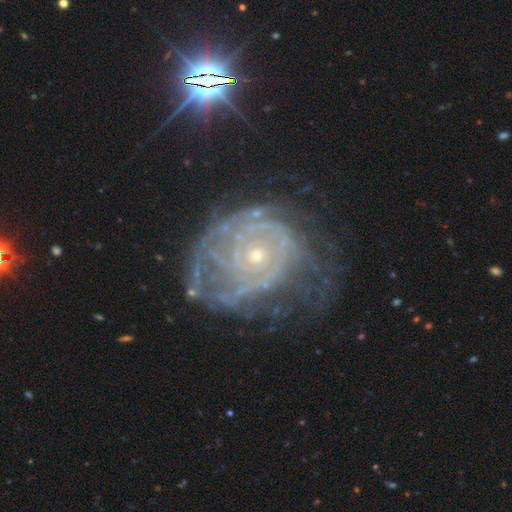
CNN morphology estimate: Smooth or featured? featured or disk (82%)
Edge-on disk? no (97%)
Bar? no (84%)
Spiral arms? yes (87%)
Spiral winding? tight (75%)
Spiral arm count? can't tell (48%)
Bulge size? small (80%)
Merging? none (50%)